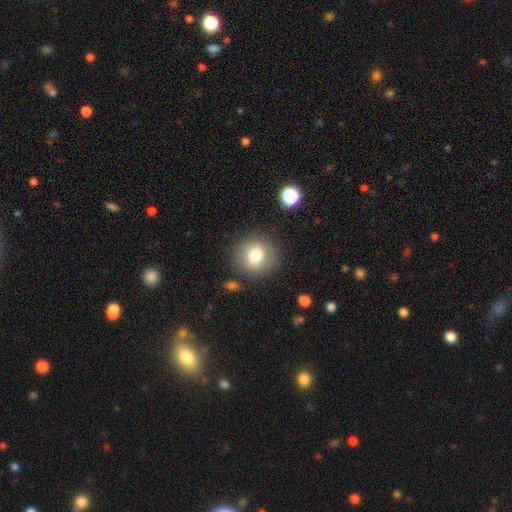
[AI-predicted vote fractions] smooth_or_featured: smooth (p=0.77) [alt: featured or disk p=0.13]
how_rounded: round (p=0.87) [alt: in between p=0.12]
merging: none (p=0.84) [alt: minor disturbance p=0.10]